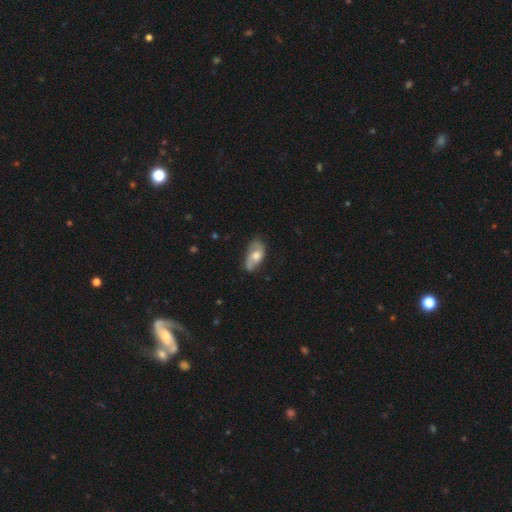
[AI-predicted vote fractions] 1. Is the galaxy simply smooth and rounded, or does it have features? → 55% featured or disk, 39% smooth, 7% star or artifact.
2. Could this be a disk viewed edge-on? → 92% no, 8% yes.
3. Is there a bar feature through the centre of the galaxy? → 68% no, 27% weak, 5% strong.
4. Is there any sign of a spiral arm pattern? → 79% yes, 21% no.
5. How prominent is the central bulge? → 62% moderate, 18% large, 15% small, 3% none, 2% dominant.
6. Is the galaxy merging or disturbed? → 58% none, 28% minor disturbance, 11% major disturbance, 3% merger.